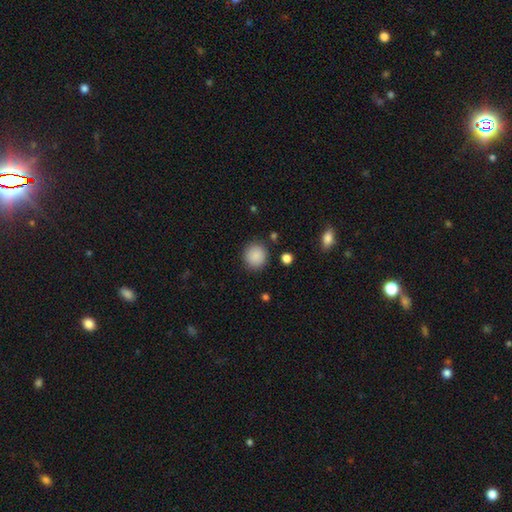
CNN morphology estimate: smooth_or_featured: smooth (p=0.88) [alt: star or artifact p=0.08]
how_rounded: round (p=0.92) [alt: in between p=0.07]
merging: none (p=0.89) [alt: minor disturbance p=0.07]